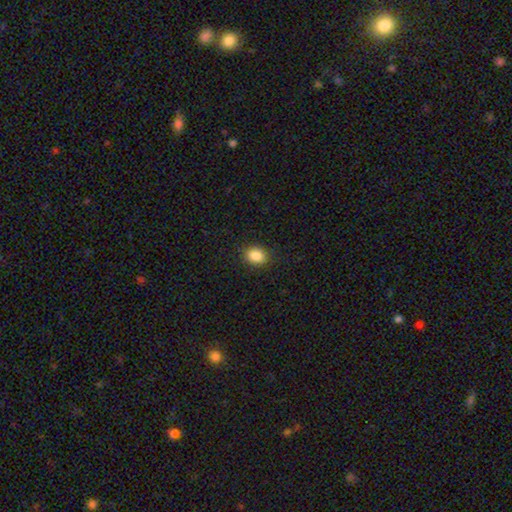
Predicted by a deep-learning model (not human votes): smooth 88%, star or artifact 9%, featured or disk 4%. Down the decision tree: how rounded — in between (58%); merging — none (89%).